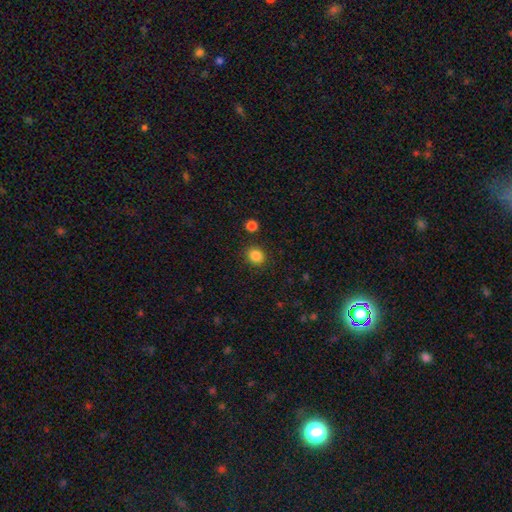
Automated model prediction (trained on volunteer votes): Q: Smooth or featured?
A: smooth (86%); runner-up: star or artifact (11%)
Q: How rounded?
A: round (75%); runner-up: in between (24%)
Q: Merging?
A: none (87%); runner-up: minor disturbance (7%)